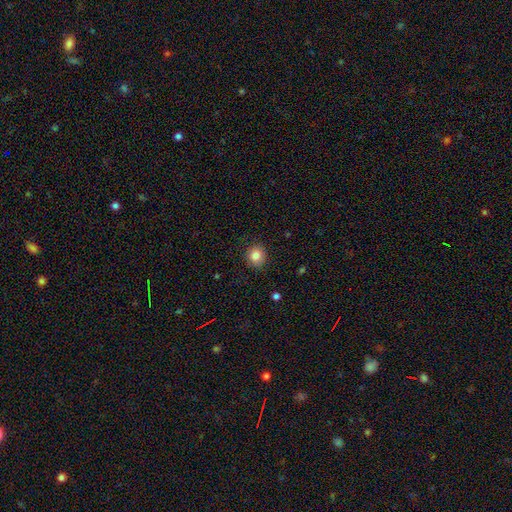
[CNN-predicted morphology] This appears to be a smooth galaxy with no disk features (85%) that is round (78%). Merging: none (88%).